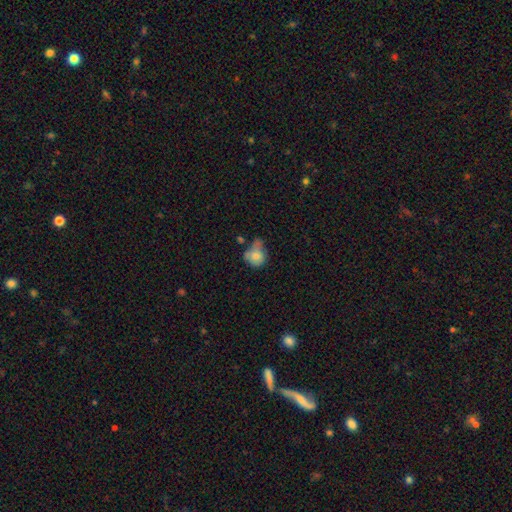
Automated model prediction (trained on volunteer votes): The model was most divided on "merging": minor disturbance: 33%, none: 31%, merger: 18%, major disturbance: 18%. More confident: smooth or featured — smooth (73%); how rounded — round (62%).